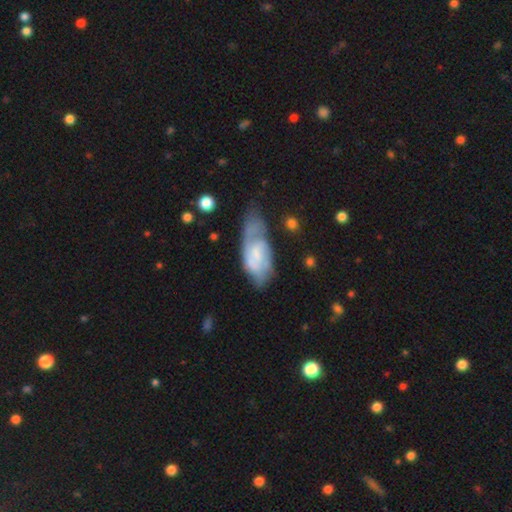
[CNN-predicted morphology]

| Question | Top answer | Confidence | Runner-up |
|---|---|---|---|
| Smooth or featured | featured or disk | 65% | smooth (29%) |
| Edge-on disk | no | 92% | yes (8%) |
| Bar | no | 49% | weak (41%) |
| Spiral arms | yes | 83% | no (17%) |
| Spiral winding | medium | 43% | tight (37%) |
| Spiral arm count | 2 | 50% | can't tell (27%) |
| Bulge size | small | 44% | moderate (27%) |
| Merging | none | 43% | minor disturbance (30%) |